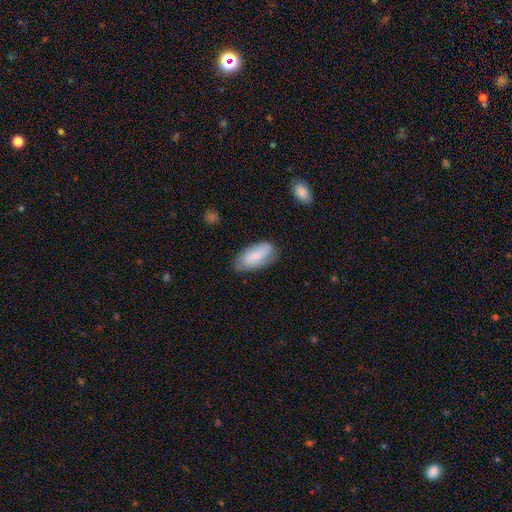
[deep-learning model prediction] Overall: smooth (67%). How rounded: in between (91%). Merging: none (73%).